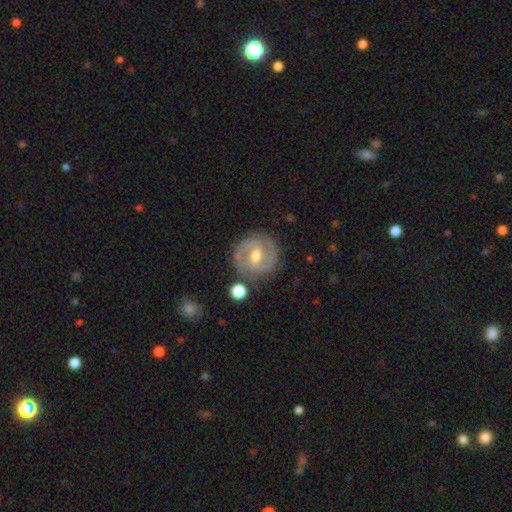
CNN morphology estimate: This appears to be a featured or disk galaxy (78%) with a weak bar (48%), 2 (82%) tight (53%) spiral arms (87%) and a moderate central bulge (75%). Merging: none (82%).